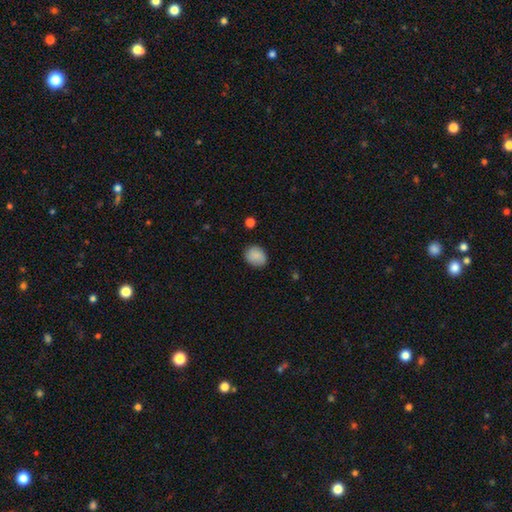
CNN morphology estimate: Overall: smooth (88%). How rounded: round (52%; in between 47%). Merging: none (82%).